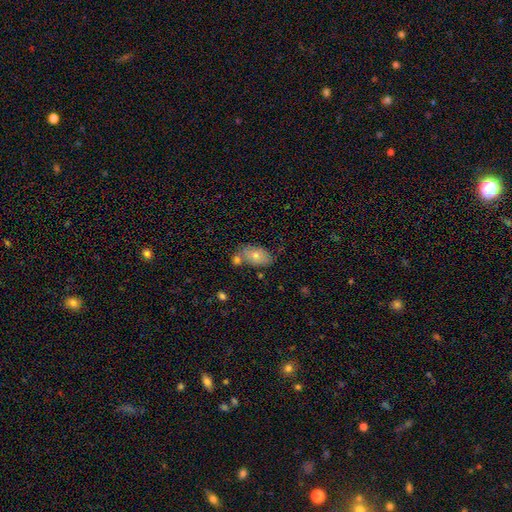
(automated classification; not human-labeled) A smooth galaxy with no disk features (72%) that is in between round and cigar-shaped (90%).

Vote fractions:
- Smooth or featured? smooth: 72% / featured or disk: 21% / star or artifact: 7%
- How rounded? in between: 90% / round: 8% / cigar-shaped: 2%
- Merging? none: 55% / merger: 23% / minor disturbance: 17% / major disturbance: 5%